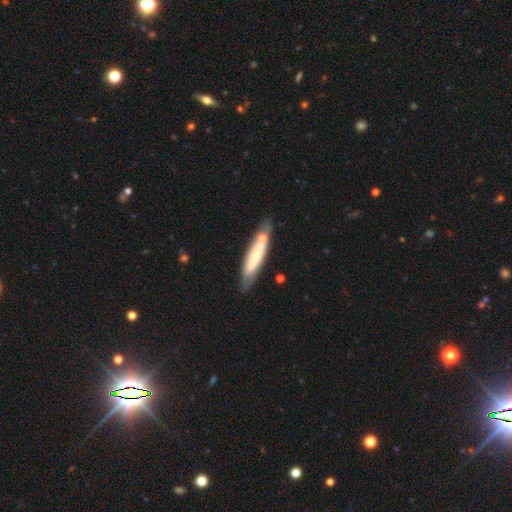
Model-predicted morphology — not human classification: Smooth or featured? smooth (52%)
How rounded? cigar-shaped (79%)
Merging? none (70%)